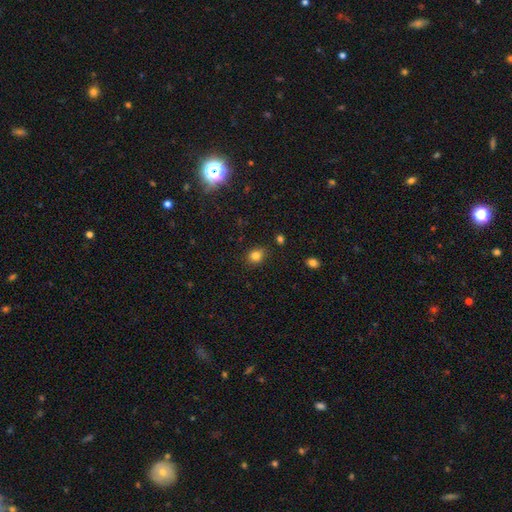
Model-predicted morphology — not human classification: smooth 82%, star or artifact 13%, featured or disk 5%. Down the decision tree: how rounded — round (68%); merging — none (80%).